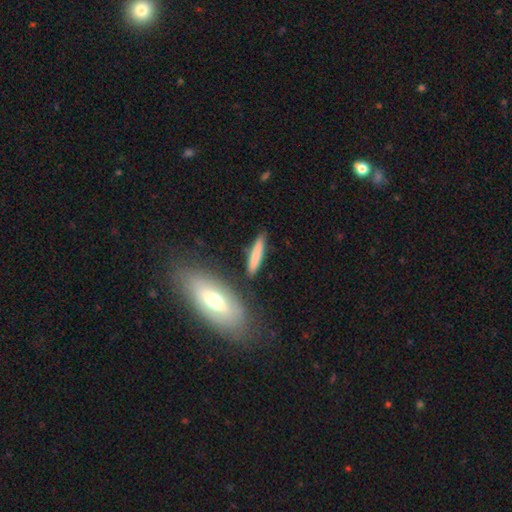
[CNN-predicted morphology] A smooth galaxy with no disk features (75%) that is cigar-shaped (89%). Merging: none (83%).